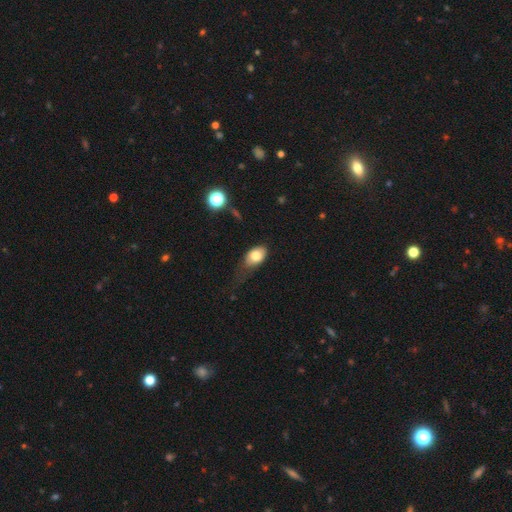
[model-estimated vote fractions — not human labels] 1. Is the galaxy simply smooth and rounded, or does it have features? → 78% smooth, 14% featured or disk, 8% star or artifact.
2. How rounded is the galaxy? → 84% in between, 14% round, 2% cigar-shaped.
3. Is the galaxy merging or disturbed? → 38% none, 35% minor disturbance, 24% major disturbance, 3% merger.